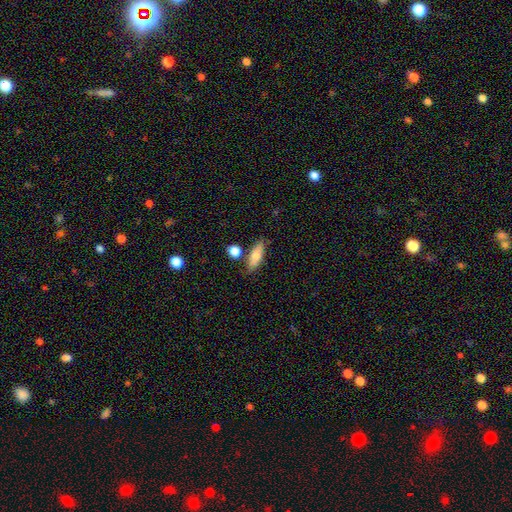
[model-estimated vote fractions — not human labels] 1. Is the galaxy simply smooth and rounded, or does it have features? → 76% smooth, 17% featured or disk, 7% star or artifact.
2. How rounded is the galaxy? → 58% in between, 38% cigar-shaped, 4% round.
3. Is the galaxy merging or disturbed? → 74% none, 14% minor disturbance, 9% merger, 3% major disturbance.